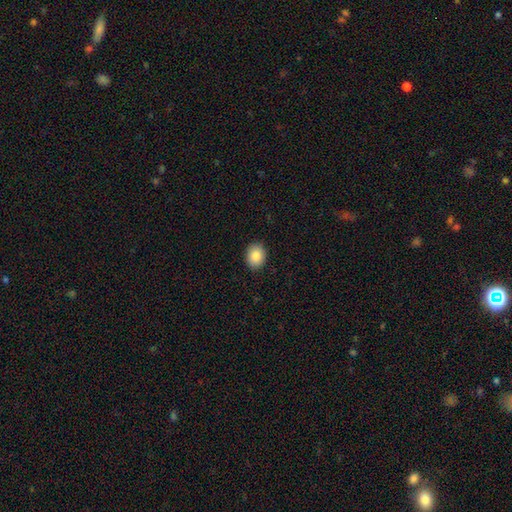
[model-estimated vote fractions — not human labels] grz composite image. It shows a smooth galaxy with no disk features (85%) that is in between round and cigar-shaped (52%). Merging: none (91%).